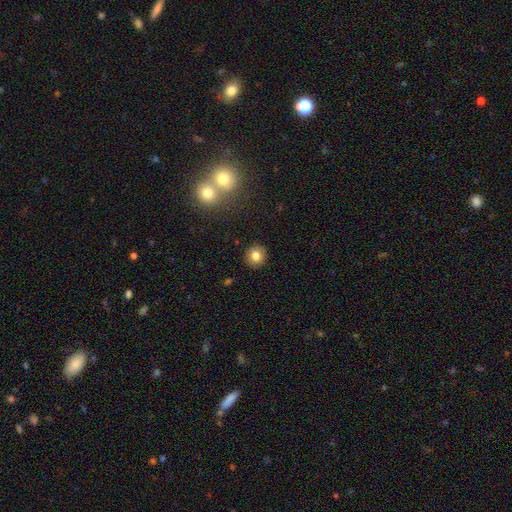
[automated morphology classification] smooth-or-featured: smooth: 80% | star or artifact: 11% | featured or disk: 9%
  how-rounded: round: 88% | in between: 11% | cigar-shaped: 1%
  merging: none: 91% | minor disturbance: 6% | major disturbance: 2% | merger: 1%